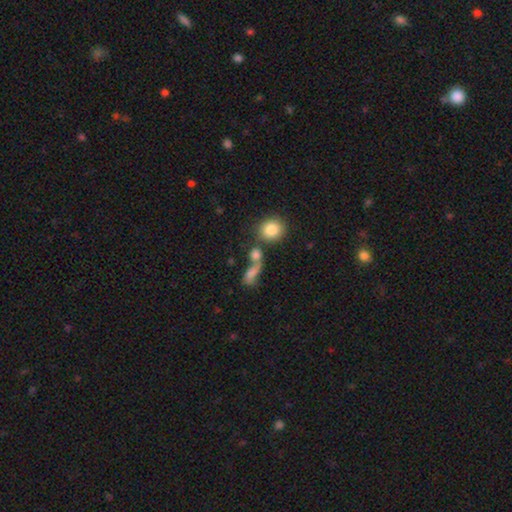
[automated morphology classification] Smooth or featured? Predicted: smooth (p=0.74). How rounded? Predicted: round (p=0.46). Merging? Predicted: merger (p=0.41).